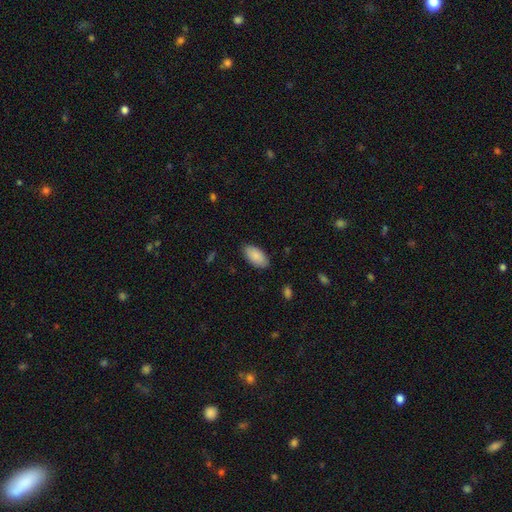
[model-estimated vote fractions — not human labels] Smooth or featured? smooth (89%)
How rounded? in between (95%)
Merging? none (86%)